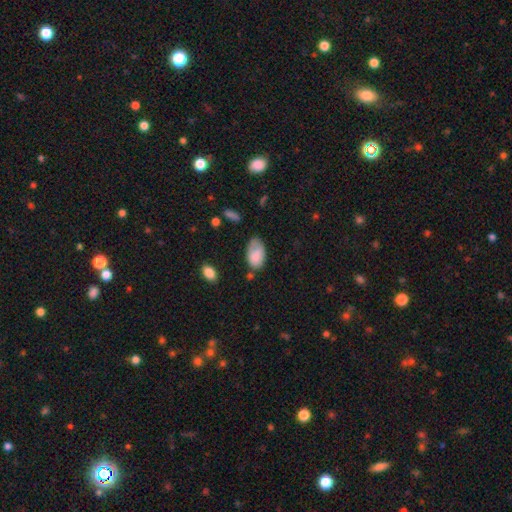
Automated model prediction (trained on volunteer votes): smooth_or_featured: smooth (p=0.81) [alt: featured or disk p=0.11]
how_rounded: in between (p=0.94) [alt: round p=0.05]
merging: none (p=0.51) [alt: minor disturbance p=0.32]